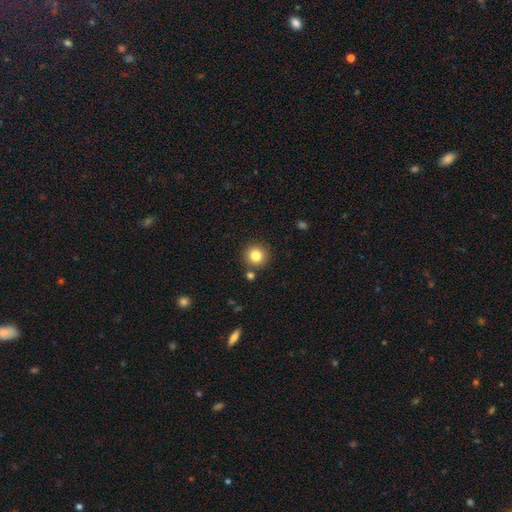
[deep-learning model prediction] smooth_or_featured: smooth (p=0.83) [alt: star or artifact p=0.11]
how_rounded: round (p=0.93) [alt: in between p=0.06]
merging: none (p=0.84) [alt: minor disturbance p=0.07]